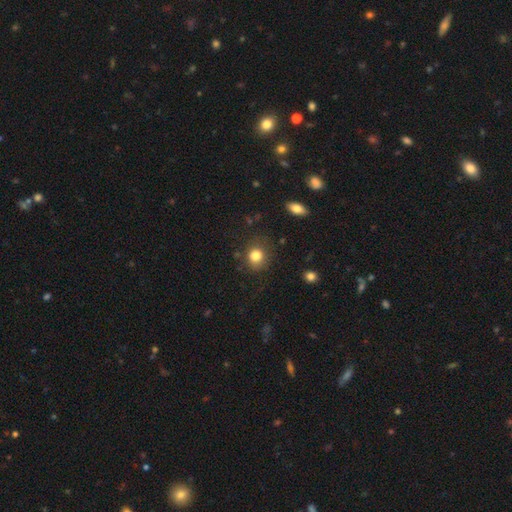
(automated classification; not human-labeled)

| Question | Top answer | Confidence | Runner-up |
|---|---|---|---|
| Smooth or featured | smooth | 82% | star or artifact (11%) |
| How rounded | round | 79% | in between (20%) |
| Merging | none | 80% | minor disturbance (13%) |